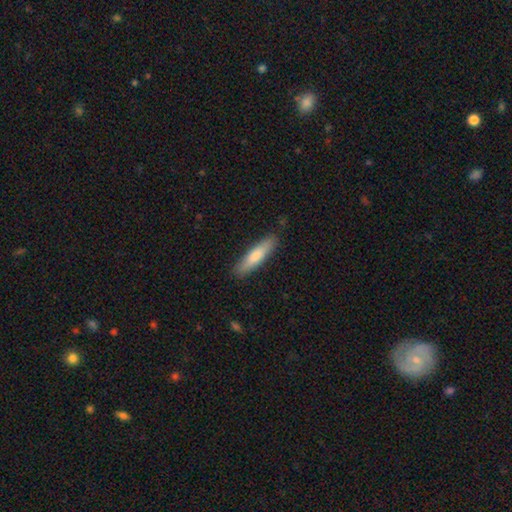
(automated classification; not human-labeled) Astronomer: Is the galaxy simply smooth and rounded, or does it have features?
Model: smooth — 77%.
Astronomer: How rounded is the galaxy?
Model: cigar-shaped — 77%.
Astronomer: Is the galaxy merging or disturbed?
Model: none — 87%.